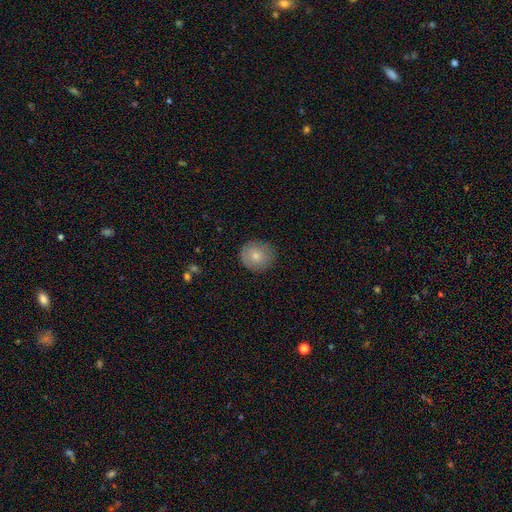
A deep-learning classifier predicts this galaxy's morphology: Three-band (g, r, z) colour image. It shows a smooth galaxy with no disk features (76%) that is round (90%). Merging: none (85%).